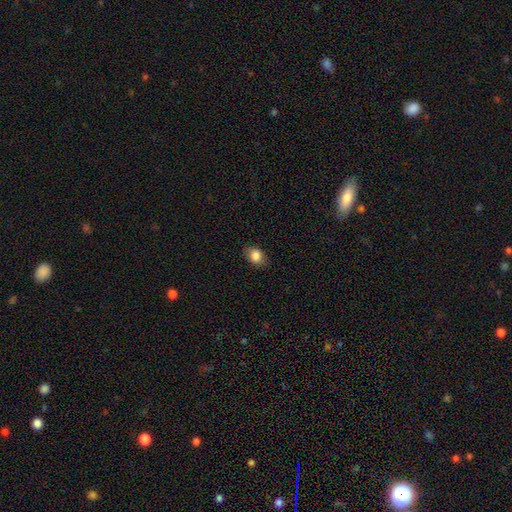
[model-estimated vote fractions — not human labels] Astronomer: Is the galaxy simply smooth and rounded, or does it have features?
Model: smooth — 84%.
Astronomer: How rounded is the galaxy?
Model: in between — 73%.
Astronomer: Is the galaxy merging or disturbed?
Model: none — 82%.